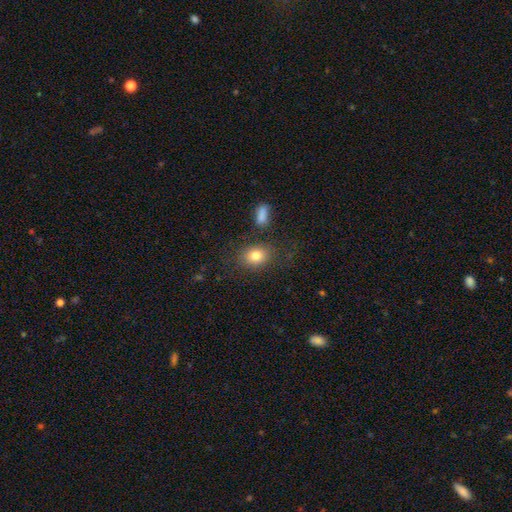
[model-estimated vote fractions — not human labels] A smooth galaxy with no disk features (81%) that is in between round and cigar-shaped (58%).

Vote fractions:
- Smooth or featured? smooth: 81% / star or artifact: 10% / featured or disk: 9%
- How rounded? in between: 58% / round: 41% / cigar-shaped: 1%
- Merging? none: 77% / minor disturbance: 12% / major disturbance: 5% / merger: 5%